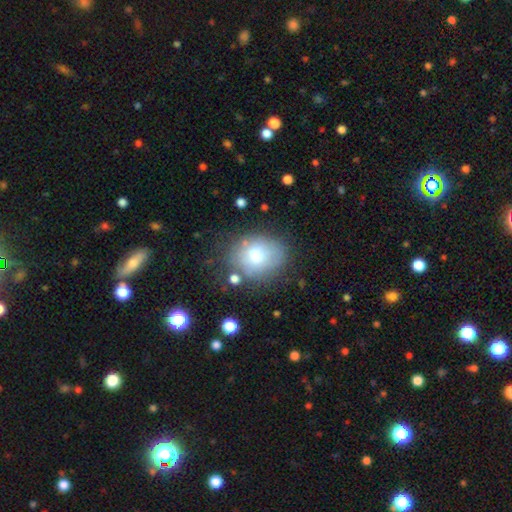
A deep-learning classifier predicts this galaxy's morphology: The model was most divided on "how rounded": round: 51%, in between: 48%, cigar-shaped: 1%. More confident: smooth or featured — smooth (68%); merging — none (65%).